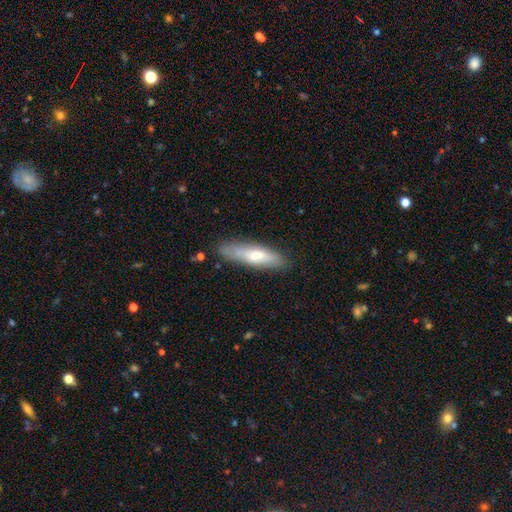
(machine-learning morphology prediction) Q: Smooth or featured?
A: smooth (66%); runner-up: featured or disk (28%)
Q: How rounded?
A: cigar-shaped (67%); runner-up: in between (31%)
Q: Merging?
A: none (77%); runner-up: minor disturbance (17%)